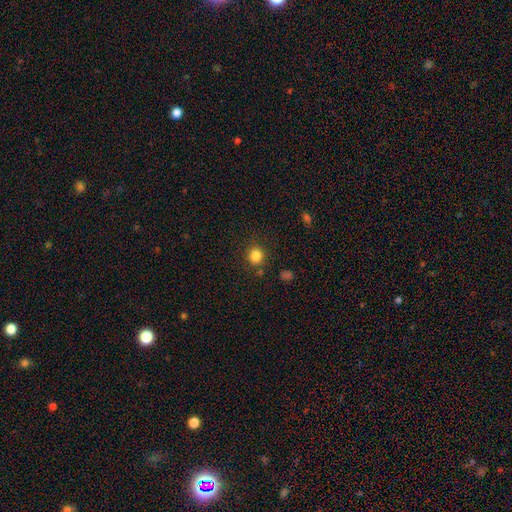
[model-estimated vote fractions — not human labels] Morphology: type=smooth (84%); roundness=round (88%); merging=none (86%).